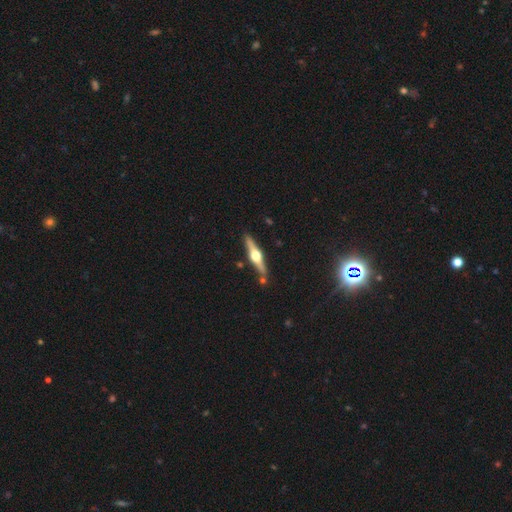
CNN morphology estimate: smooth-or-featured: featured or disk: 77% | smooth: 18% | star or artifact: 5%
  disk-edge-on: yes: 98% | no: 2%
    edge-on-bulge: rounded: 96% | boxy: 3% | none: 1%
  merging: none: 85% | minor disturbance: 9% | merger: 5% | major disturbance: 2%